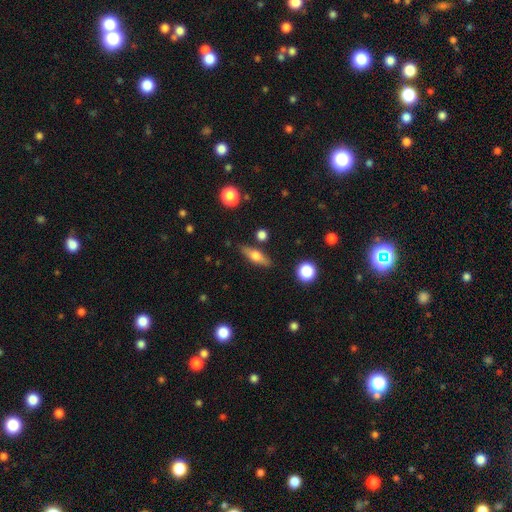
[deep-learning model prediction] Overall: smooth (46%, tied with featured or disk). Merging: none (83%).